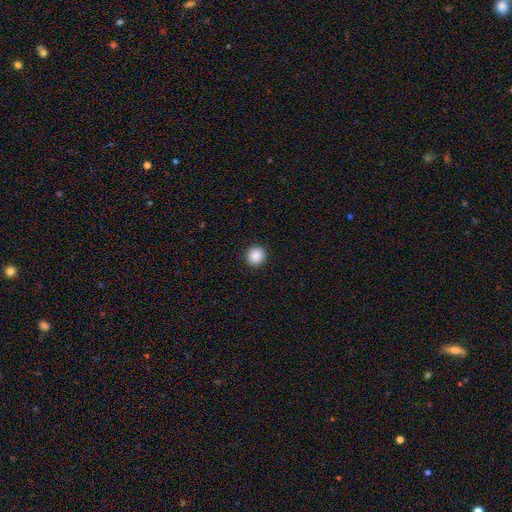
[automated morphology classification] The model was most divided on "smooth or featured": smooth: 89%, star or artifact: 8%, featured or disk: 3%. More confident: merging — none (92%); how rounded — round (91%).